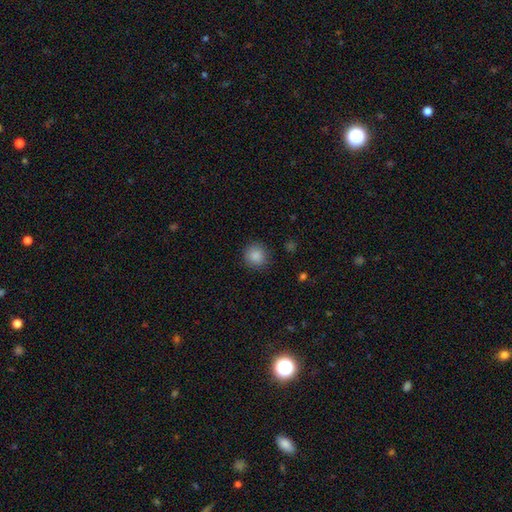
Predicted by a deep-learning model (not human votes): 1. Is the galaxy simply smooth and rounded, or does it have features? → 88% smooth, 9% star or artifact, 3% featured or disk.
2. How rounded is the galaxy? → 91% round, 8% in between, 1% cigar-shaped.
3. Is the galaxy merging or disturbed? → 88% none, 9% minor disturbance, 3% major disturbance, 1% merger.